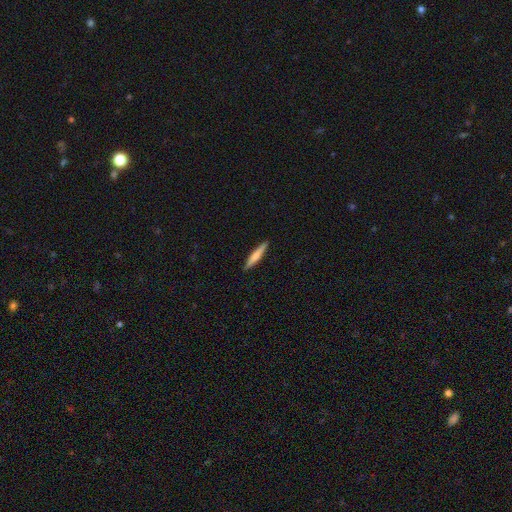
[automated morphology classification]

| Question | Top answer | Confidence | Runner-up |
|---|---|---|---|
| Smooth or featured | smooth | 62% | featured or disk (32%) |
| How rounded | cigar-shaped | 92% | in between (6%) |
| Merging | none | 91% | minor disturbance (6%) |